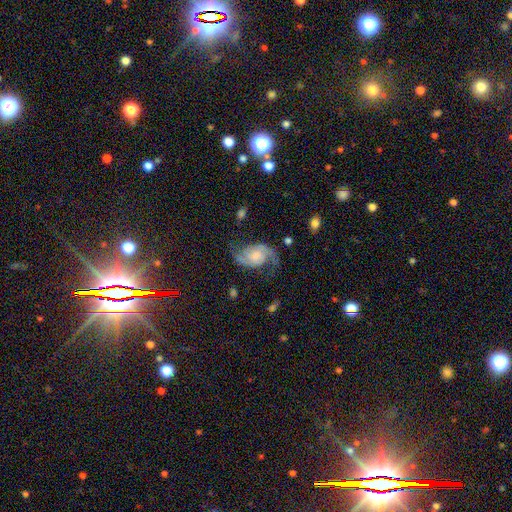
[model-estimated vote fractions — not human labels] smooth-or-featured: featured or disk: 87% | smooth: 8% | star or artifact: 6%
  disk-edge-on: no: 98% | yes: 2%
    bar: no: 64% | weak: 29% | strong: 6%
    has-spiral-arms: yes: 97% | no: 3%
      spiral-winding: loose: 46% | medium: 42% | tight: 12%
      spiral-arm-count: 2: 93% | can't tell: 2% | 1: 2% | 3: 1% | 4: 1% | more than 4: 1%
    bulge-size: moderate: 33% | small: 28% | none: 20% | large: 16% | dominant: 3%
  merging: none: 69% | minor disturbance: 18% | major disturbance: 11% | merger: 2%